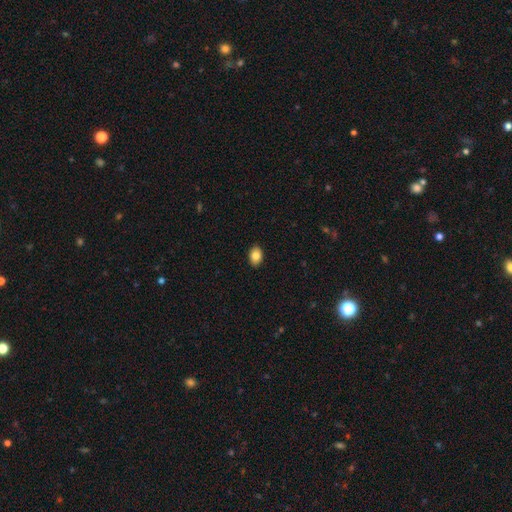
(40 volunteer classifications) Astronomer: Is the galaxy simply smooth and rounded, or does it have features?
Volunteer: smooth — 85%.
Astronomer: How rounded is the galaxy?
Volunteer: in between — 76%.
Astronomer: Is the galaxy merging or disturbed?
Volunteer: none — 89%.